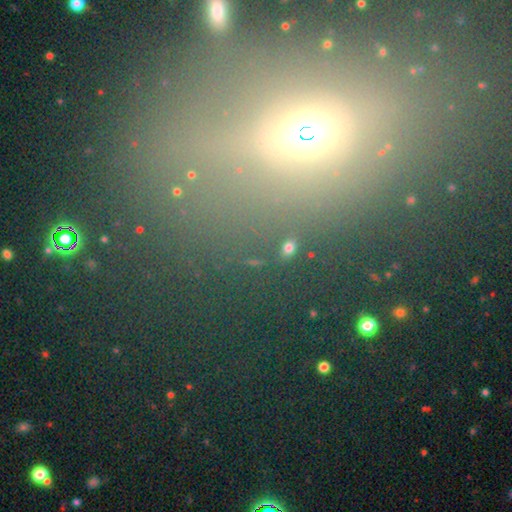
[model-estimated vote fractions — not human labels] A star or artifact, not a galaxy (48%).

Vote fractions:
- Smooth or featured? star or artifact: 48% / smooth: 35% / featured or disk: 17%